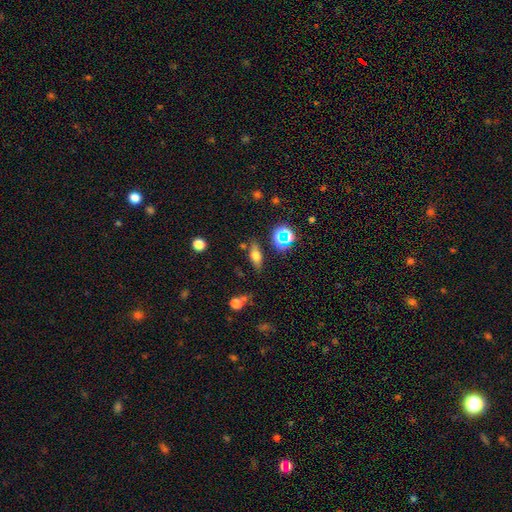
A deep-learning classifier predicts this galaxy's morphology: This appears to be a smooth galaxy with no disk features (61%) that is in between round and cigar-shaped (64%). Merging: none (75%).